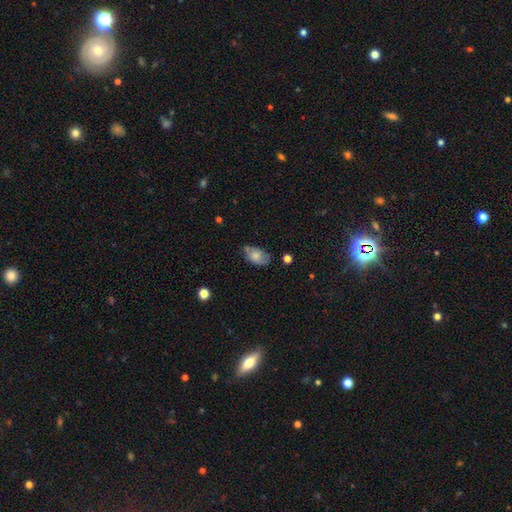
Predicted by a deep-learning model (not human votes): This is likely a smooth galaxy (73%). How rounded: clearly in between (91%). Merging: possibly none (58%).